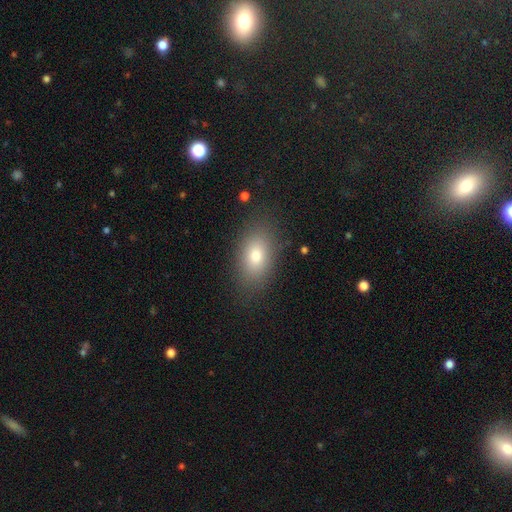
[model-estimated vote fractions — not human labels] This appears to be a smooth galaxy with no disk features (78%) that is in between round and cigar-shaped (87%). Merging: none (84%).